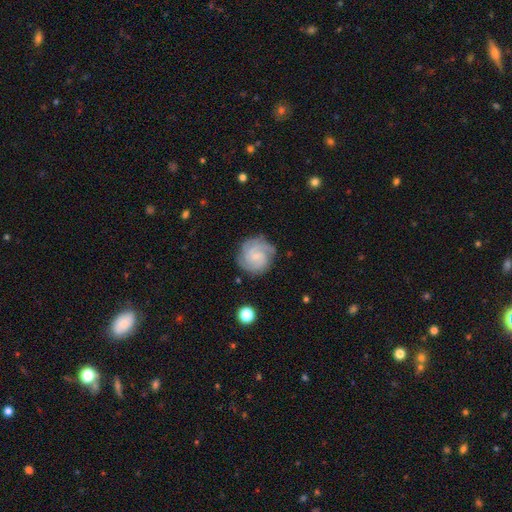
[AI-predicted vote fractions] This appears to be a featured or disk galaxy (77%) with no bar (52%), 3 (34%) tight (61%) spiral arms (97%) and a small central bulge (62%). Merging: none (78%).